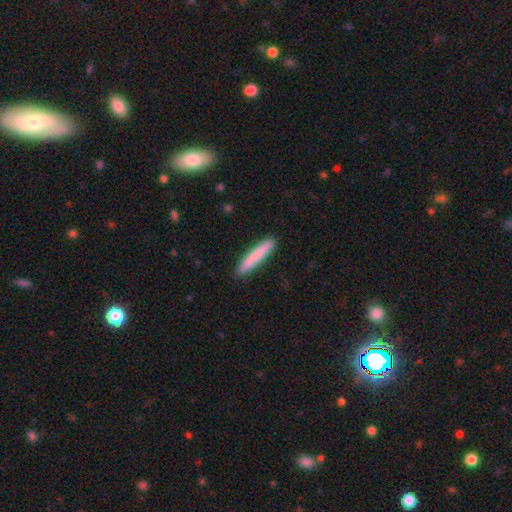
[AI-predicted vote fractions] Overall: smooth (81%). How rounded: cigar-shaped (94%). Merging: none (90%).